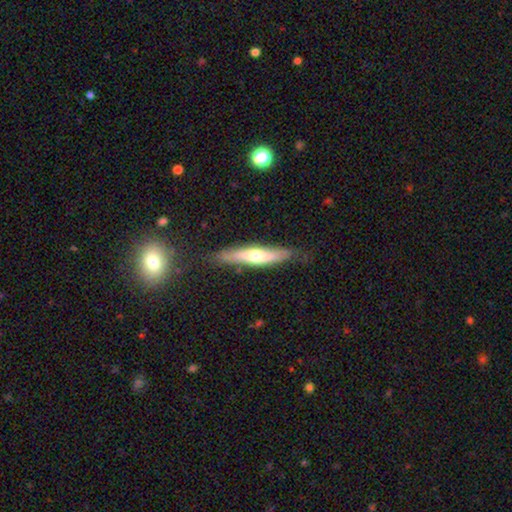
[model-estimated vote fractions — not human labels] featured or disk 48%, smooth 46%, star or artifact 6%. Down the decision tree: merging — none (80%).